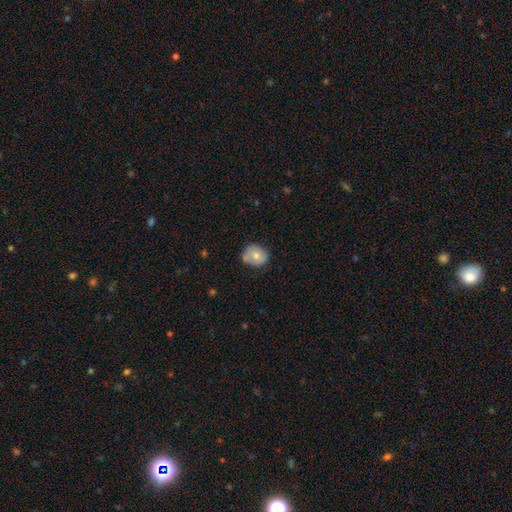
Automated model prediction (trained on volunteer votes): smooth 69%, featured or disk 23%, star or artifact 8%. Down the decision tree: how rounded — round (66%); merging — none (60%).